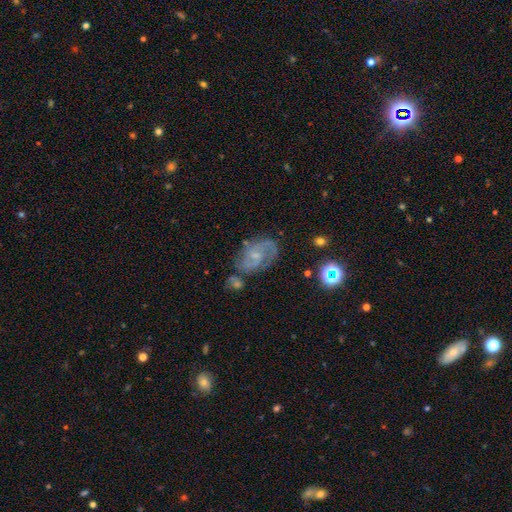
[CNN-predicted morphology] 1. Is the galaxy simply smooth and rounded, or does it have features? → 77% featured or disk, 13% smooth, 10% star or artifact.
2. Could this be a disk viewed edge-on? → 97% no, 3% yes.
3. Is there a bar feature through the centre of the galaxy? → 48% no, 44% weak, 8% strong.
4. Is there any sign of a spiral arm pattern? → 94% yes, 6% no.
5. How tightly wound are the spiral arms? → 48% medium, 36% tight, 16% loose.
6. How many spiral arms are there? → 71% 2, 14% can't tell, 7% 3, 4% 1, 2% 4, 2% more than 4.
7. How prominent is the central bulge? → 65% small, 23% moderate, 10% none, 1% large, 1% dominant.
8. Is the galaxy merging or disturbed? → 63% none, 20% minor disturbance, 10% major disturbance, 7% merger.